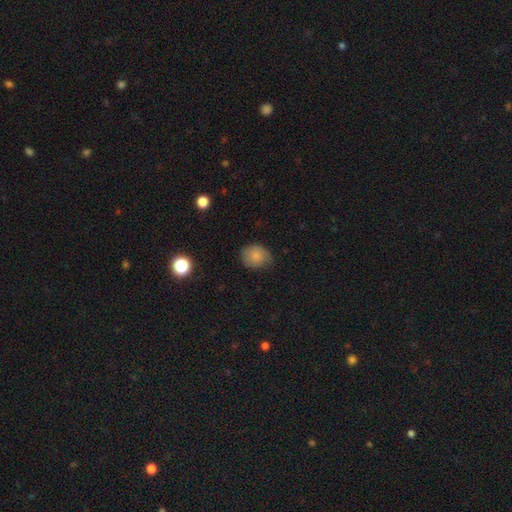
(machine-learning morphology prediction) Q: Smooth or featured?
A: smooth (81%); runner-up: star or artifact (9%)
Q: How rounded?
A: round (64%); runner-up: in between (35%)
Q: Merging?
A: none (68%); runner-up: minor disturbance (26%)